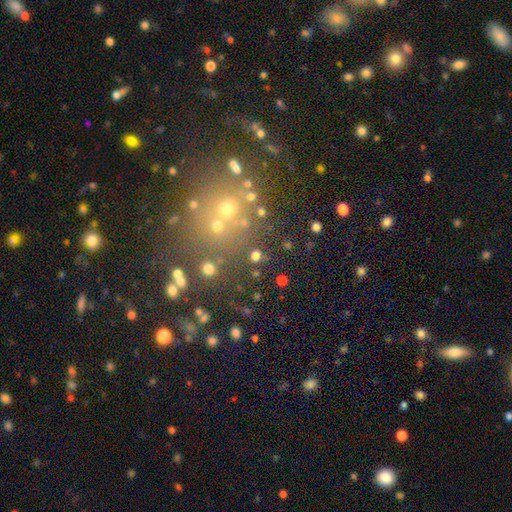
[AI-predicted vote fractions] Morphology: type=smooth (66%); roundness=round (88%); merging=none (81%).